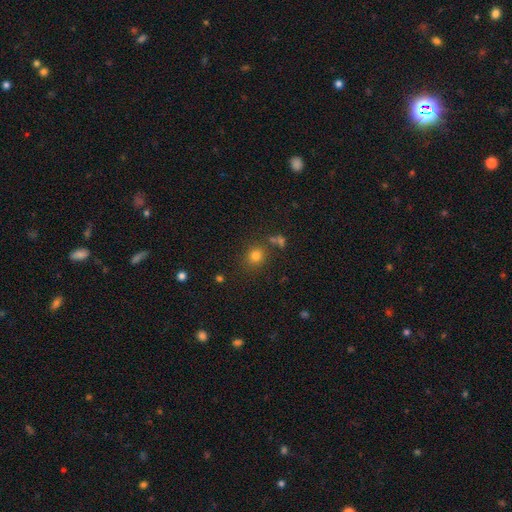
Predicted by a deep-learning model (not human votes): Q: Smooth or featured?
A: smooth (78%); runner-up: star or artifact (15%)
Q: How rounded?
A: round (81%); runner-up: in between (18%)
Q: Merging?
A: none (77%); runner-up: minor disturbance (11%)